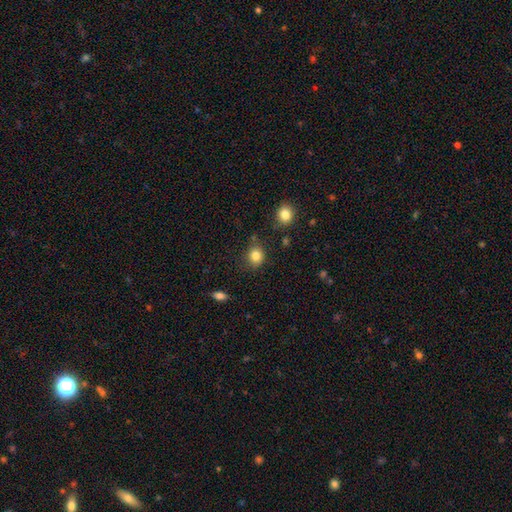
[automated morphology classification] smooth_or_featured: smooth (p=0.83) [alt: star or artifact p=0.11]
how_rounded: round (p=0.70) [alt: in between p=0.29]
merging: none (p=0.78) [alt: minor disturbance p=0.15]